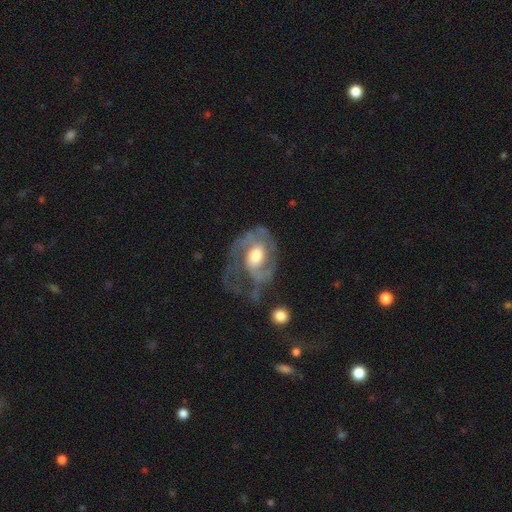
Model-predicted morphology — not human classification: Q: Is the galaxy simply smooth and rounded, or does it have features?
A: featured or disk — 77%.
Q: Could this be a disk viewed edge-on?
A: no — 97%.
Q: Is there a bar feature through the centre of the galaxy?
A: no — 56%.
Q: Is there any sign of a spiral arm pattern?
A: yes — 83%.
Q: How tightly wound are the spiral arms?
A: medium — 43%.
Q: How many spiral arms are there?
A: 2 — 51%.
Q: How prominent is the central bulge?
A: moderate — 56%.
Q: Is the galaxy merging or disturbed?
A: major disturbance — 46%.